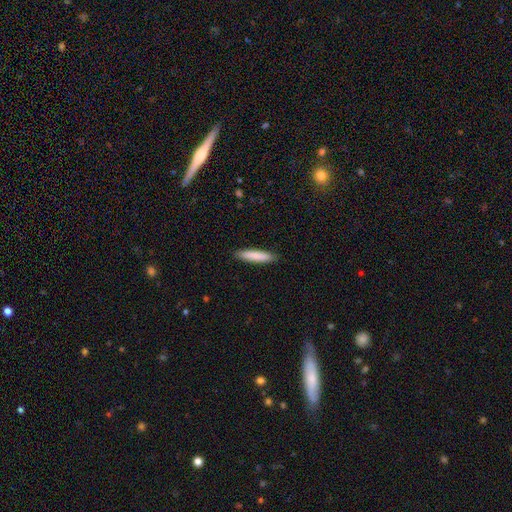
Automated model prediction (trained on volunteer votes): Overall: smooth (84%). How rounded: cigar-shaped (87%). Merging: none (90%).